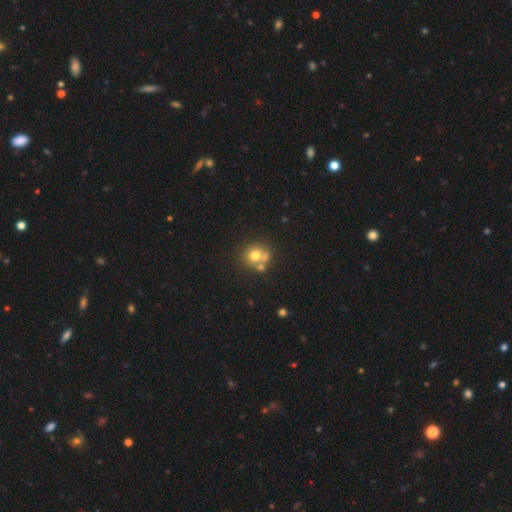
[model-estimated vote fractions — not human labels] Smooth or featured?
  - smooth: 71% *
  - featured or disk: 17%
  - star or artifact: 13%
How rounded?
  - round: 81% *
  - in between: 18%
  - cigar-shaped: 1%
Merging?
  - none: 52% *
  - merger: 33%
  - minor disturbance: 11%
  - major disturbance: 4%